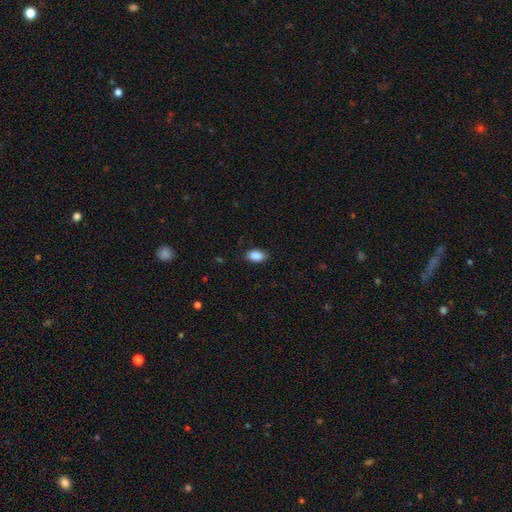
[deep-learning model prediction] Overall: smooth (89%). How rounded: in between (92%). Merging: none (83%).